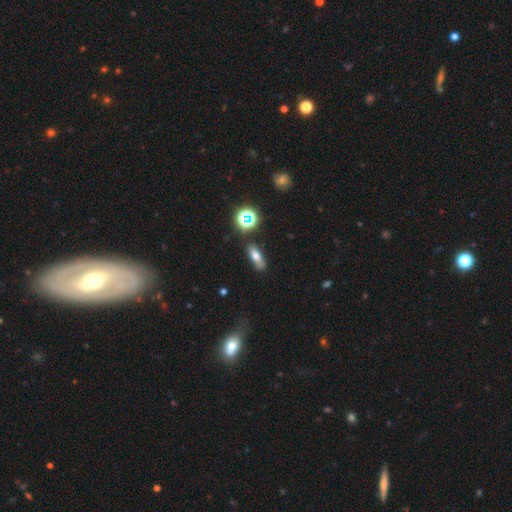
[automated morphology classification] Smooth or featured: smooth — 66% (featured or disk — 18%)
How rounded: in between — 62% (cigar-shaped — 29%)
Merging: none — 77% (minor disturbance — 15%)